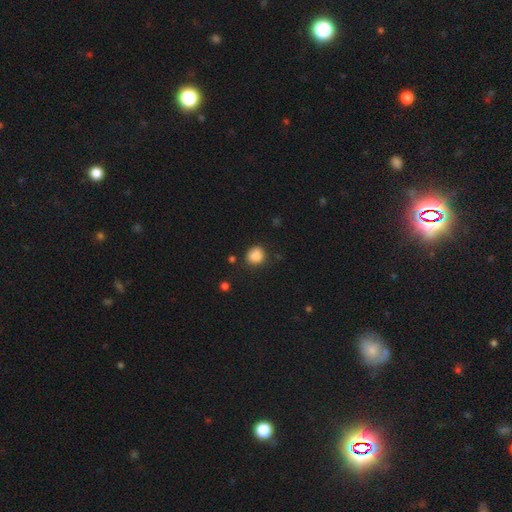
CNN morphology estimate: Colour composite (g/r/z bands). It shows a smooth galaxy with no disk features (87%) that is round (74%). Merging: none (76%).